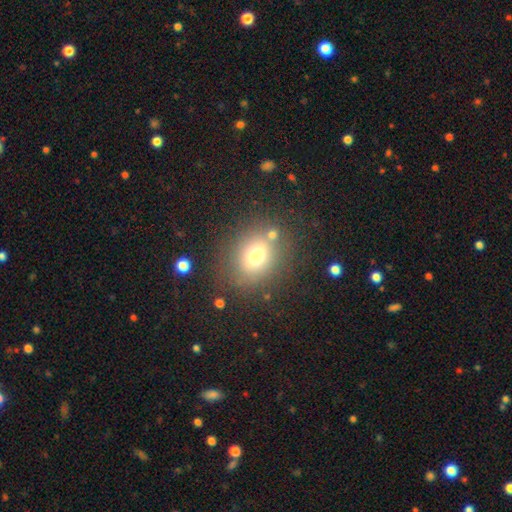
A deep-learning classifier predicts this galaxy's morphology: This is likely a smooth galaxy (72%). How rounded: possibly round (57%). Merging: likely none (75%).